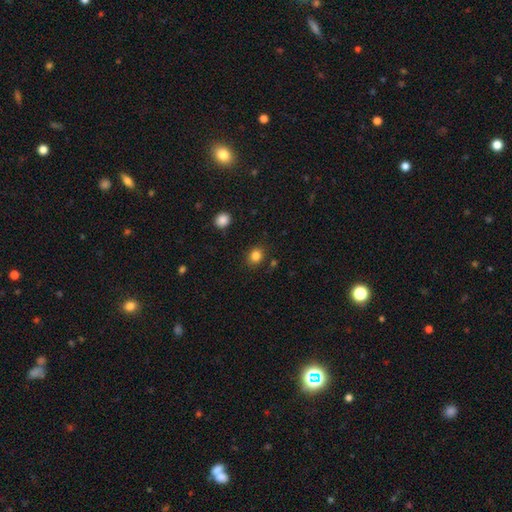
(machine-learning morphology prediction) smooth 84%, star or artifact 11%, featured or disk 5%. Down the decision tree: how rounded — round (63%); merging — none (84%).